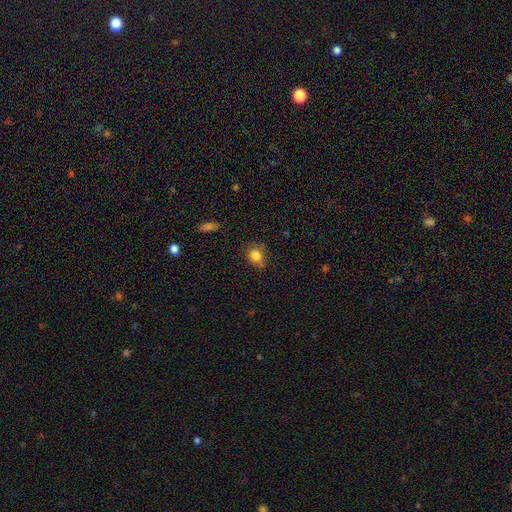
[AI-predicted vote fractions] This is clearly a smooth galaxy (82%). How rounded: likely round (62%). Merging: likely none (74%).